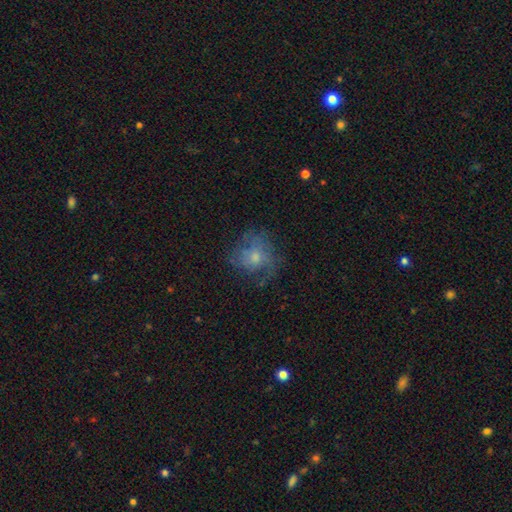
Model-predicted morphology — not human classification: This appears to be a featured or disk galaxy (49%). Merging: none (60%).